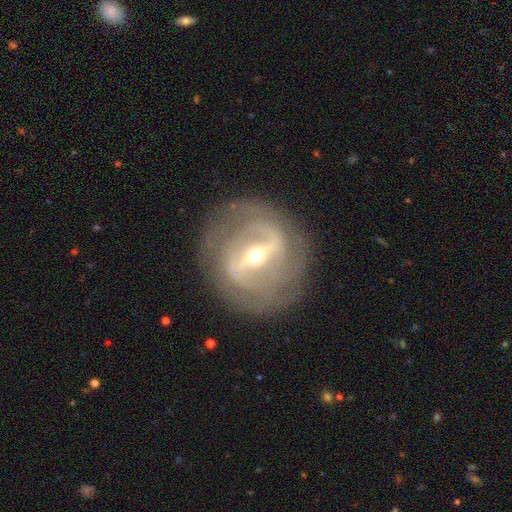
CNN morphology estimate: Q: Smooth or featured?
A: featured or disk (87%); runner-up: smooth (7%)
Q: Edge-on disk?
A: no (93%); runner-up: yes (7%)
Q: Bar?
A: strong (69%); runner-up: weak (24%)
Q: Spiral arms?
A: yes (84%); runner-up: no (16%)
Q: Spiral winding?
A: tight (51%); runner-up: medium (35%)
Q: Spiral arm count?
A: 2 (57%); runner-up: can't tell (23%)
Q: Bulge size?
A: small (53%); runner-up: moderate (43%)
Q: Merging?
A: none (81%); runner-up: minor disturbance (12%)